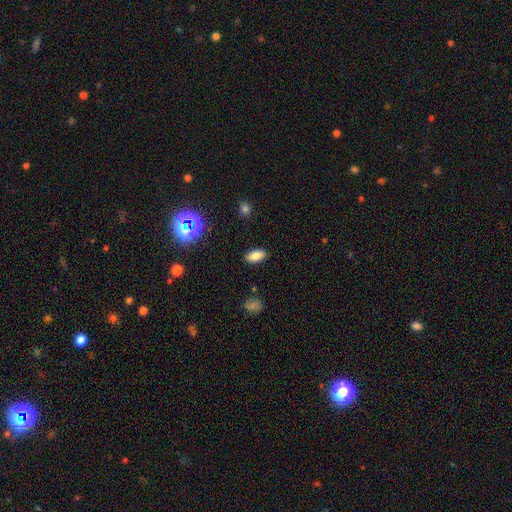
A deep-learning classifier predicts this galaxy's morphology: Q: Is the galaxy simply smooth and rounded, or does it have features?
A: smooth — 80%.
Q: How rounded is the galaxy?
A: in between — 89%.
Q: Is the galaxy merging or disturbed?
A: none — 88%.